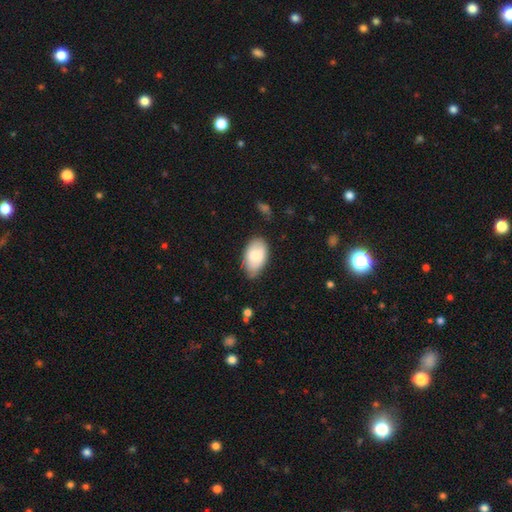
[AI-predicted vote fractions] smooth-or-featured: smooth: 74% | featured or disk: 19% | star or artifact: 6%
  how-rounded: in between: 94% | round: 5% | cigar-shaped: 2%
  merging: none: 71% | minor disturbance: 23% | major disturbance: 4% | merger: 2%